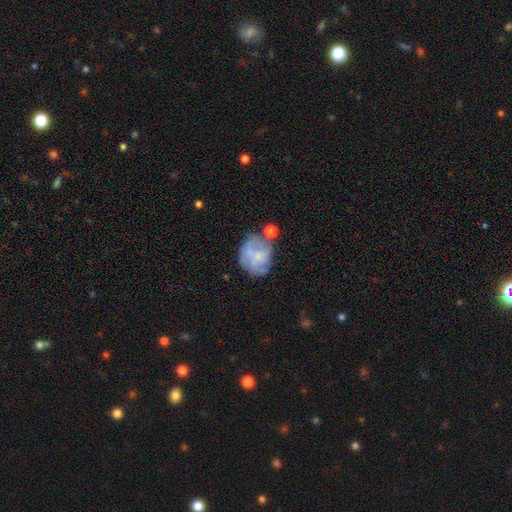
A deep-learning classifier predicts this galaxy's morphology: The model was most divided on "bulge size": small: 38%, none: 36%, moderate: 21%, large: 3%, dominant: 2%. Remaining: edge-on disk — no (98%); bar — no (78%); spiral arms — yes (60%); smooth or featured — featured or disk (58%); merging — none (48%).